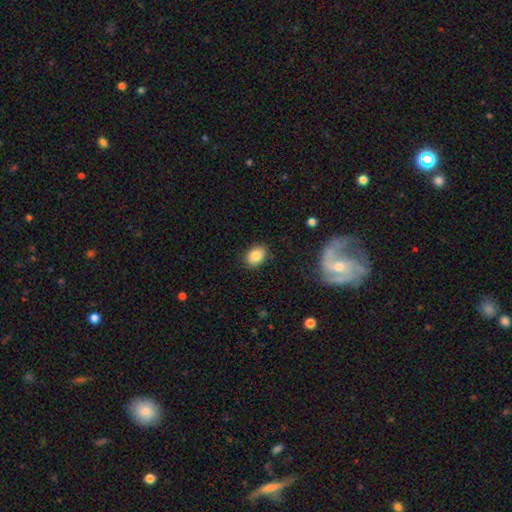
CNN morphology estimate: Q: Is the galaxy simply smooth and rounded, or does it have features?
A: smooth — 85%.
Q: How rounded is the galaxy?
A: in between — 73%.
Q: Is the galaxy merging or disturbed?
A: none — 87%.